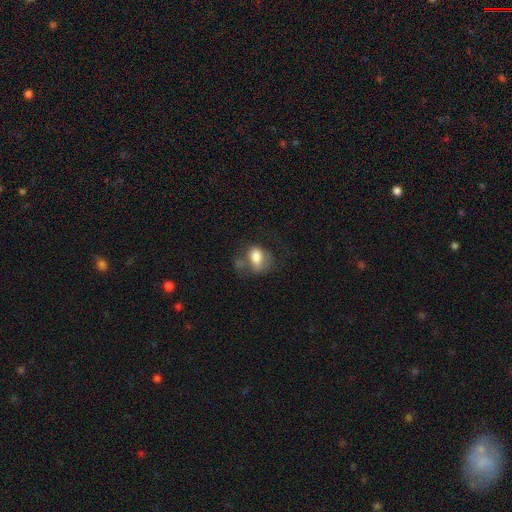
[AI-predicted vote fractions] A smooth galaxy with no disk features (73%) that is in between round and cigar-shaped (73%). Merging: none (32%, tied with major disturbance).